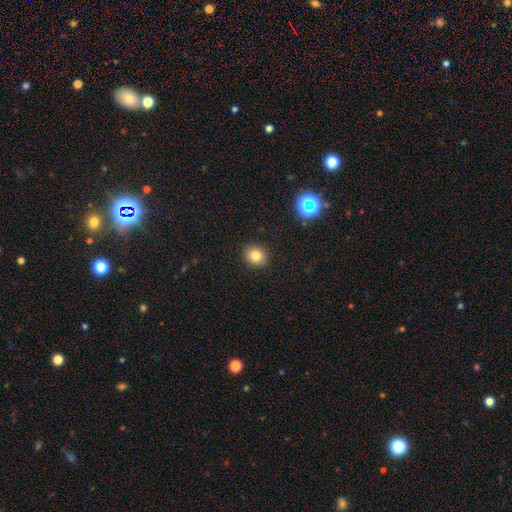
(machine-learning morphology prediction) A smooth galaxy with no disk features (78%) that is round (71%).

Vote fractions:
- Smooth or featured? smooth: 78% / star or artifact: 13% / featured or disk: 9%
- How rounded? round: 71% / in between: 28% / cigar-shaped: 1%
- Merging? none: 90% / minor disturbance: 7% / major disturbance: 2% / merger: 1%